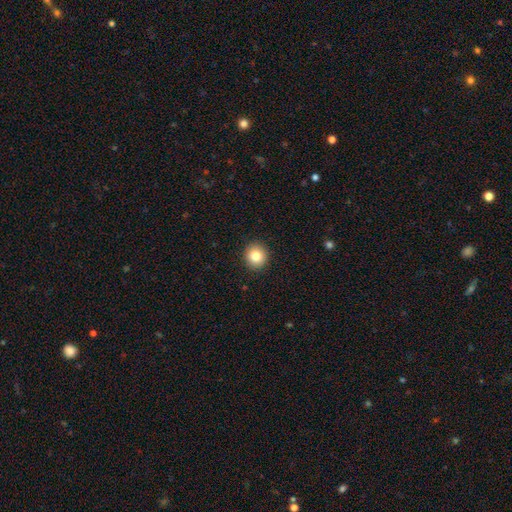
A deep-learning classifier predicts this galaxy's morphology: Smooth or featured?
  - smooth: 83% *
  - star or artifact: 10%
  - featured or disk: 8%
How rounded?
  - round: 88% *
  - in between: 11%
  - cigar-shaped: 1%
Merging?
  - none: 92% *
  - minor disturbance: 5%
  - major disturbance: 2%
  - merger: 1%